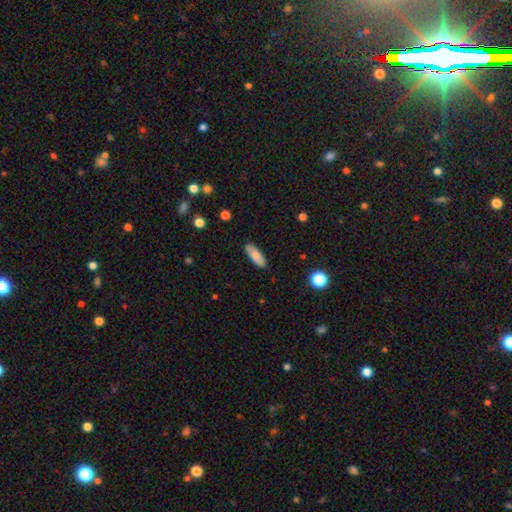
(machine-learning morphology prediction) Smooth or featured: smooth — 80% (featured or disk — 13%)
How rounded: in between — 62% (cigar-shaped — 36%)
Merging: none — 86% (minor disturbance — 11%)